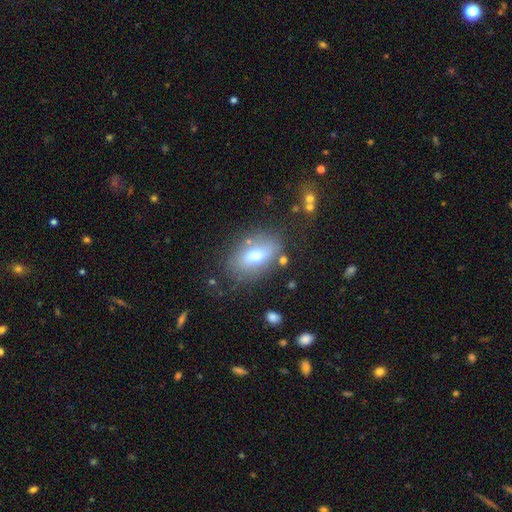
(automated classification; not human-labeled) Morphology: type=smooth (64%); roundness=in between (86%); merging=none (74%).